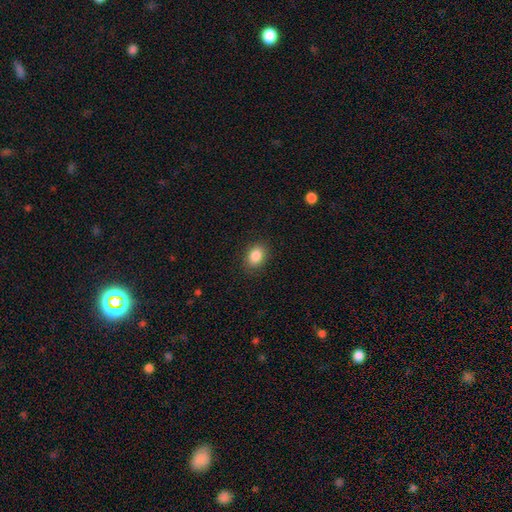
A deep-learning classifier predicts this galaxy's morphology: smooth-or-featured: smooth: 87% | star or artifact: 8% | featured or disk: 5%
  how-rounded: in between: 72% | round: 27% | cigar-shaped: 1%
  merging: none: 87% | minor disturbance: 9% | major disturbance: 3% | merger: 1%